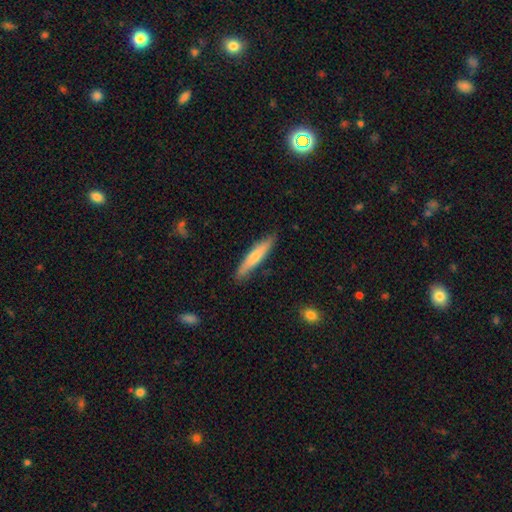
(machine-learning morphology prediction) Smooth or featured? smooth (58%)
How rounded? cigar-shaped (92%)
Merging? none (88%)